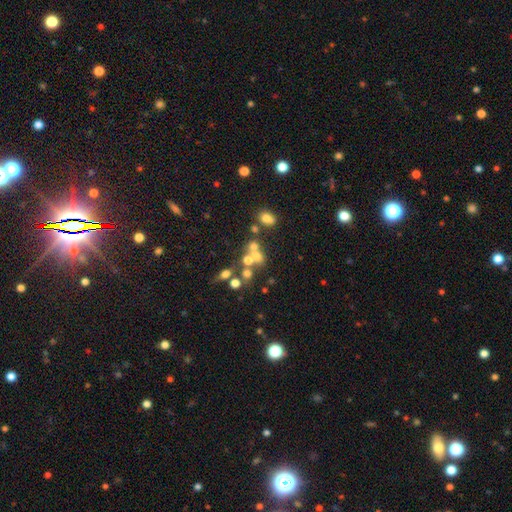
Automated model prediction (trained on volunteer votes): Morphology: type=smooth (51%); roundness=round (59%); merging=merger (49%).